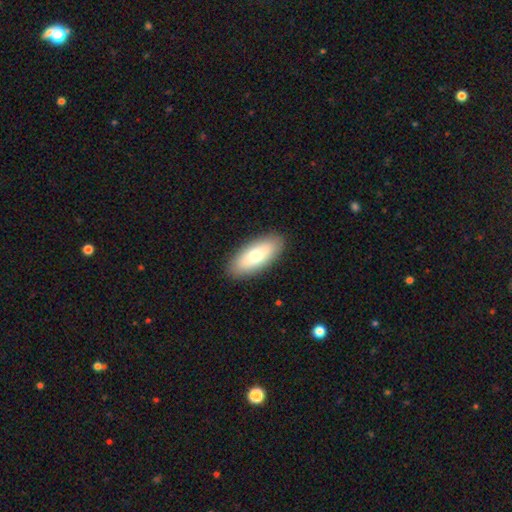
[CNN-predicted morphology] smooth-or-featured: smooth: 72% | featured or disk: 22% | star or artifact: 6%
  how-rounded: in between: 85% | cigar-shaped: 13% | round: 2%
  merging: none: 89% | minor disturbance: 8% | major disturbance: 2% | merger: 1%